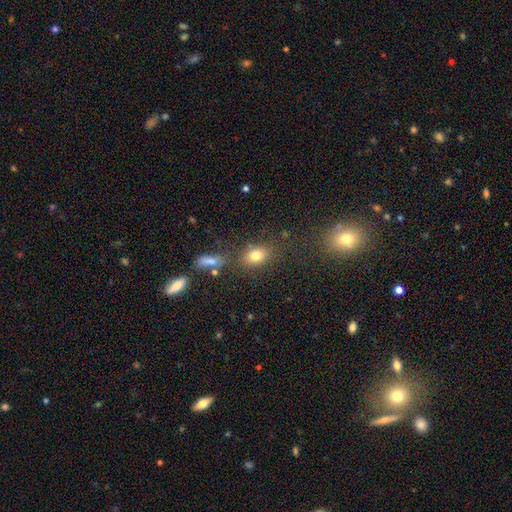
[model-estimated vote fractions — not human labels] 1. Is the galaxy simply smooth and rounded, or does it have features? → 78% smooth, 12% star or artifact, 10% featured or disk.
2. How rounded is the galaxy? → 70% in between, 28% round, 3% cigar-shaped.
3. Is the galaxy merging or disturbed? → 72% none, 14% minor disturbance, 9% merger, 6% major disturbance.